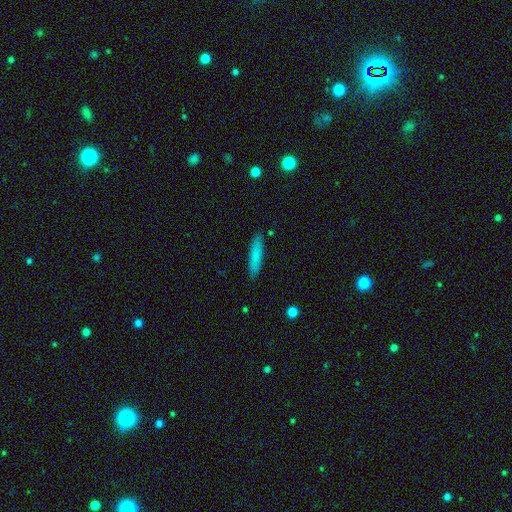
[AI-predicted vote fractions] Overall: smooth (81%). How rounded: cigar-shaped (87%). Merging: none (88%).